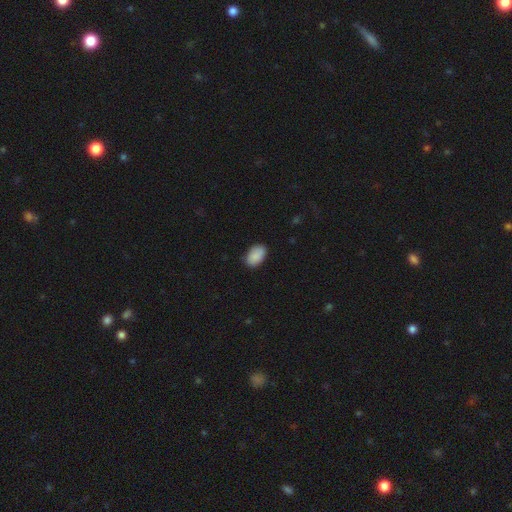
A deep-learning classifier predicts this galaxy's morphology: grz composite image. It shows a smooth galaxy with no disk features (90%) that is in between round and cigar-shaped (91%). Merging: none (85%).